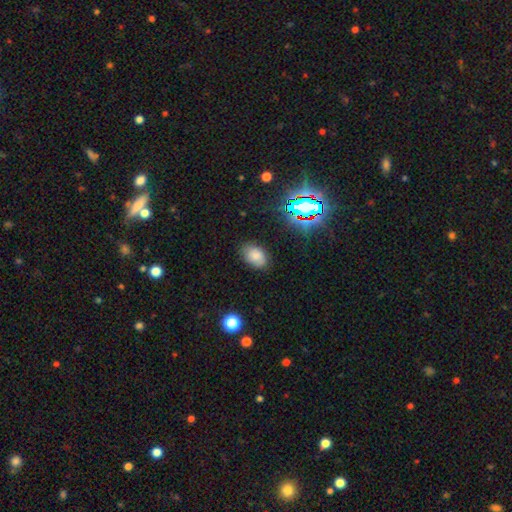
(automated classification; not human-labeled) A smooth galaxy with no disk features (79%) that is in between round and cigar-shaped (88%). Merging: none (82%).